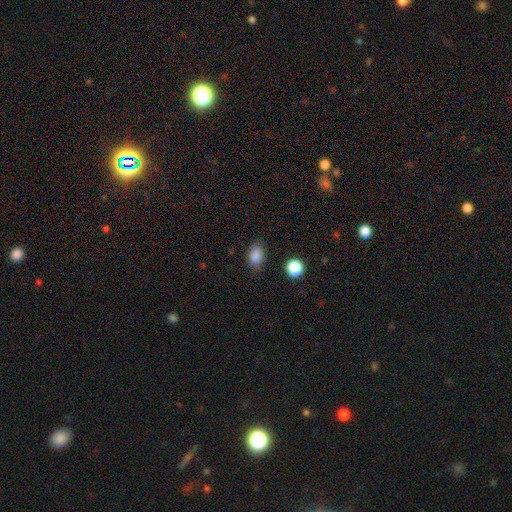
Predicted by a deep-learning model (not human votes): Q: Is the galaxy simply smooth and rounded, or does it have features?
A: smooth — 86%.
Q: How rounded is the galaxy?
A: in between — 78%.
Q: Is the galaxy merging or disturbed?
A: none — 81%.